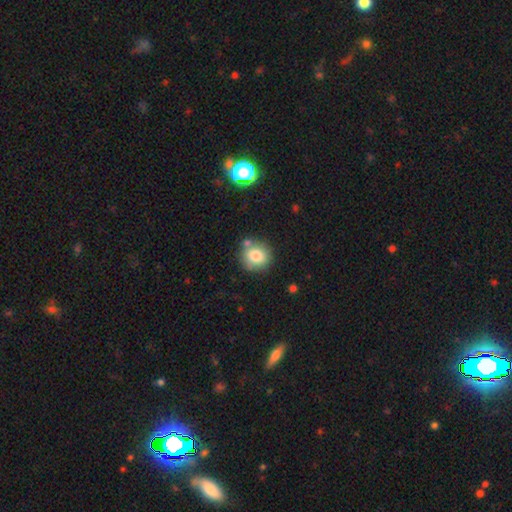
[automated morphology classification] Smooth or featured: smooth — 78% (featured or disk — 11%)
How rounded: round — 86% (in between — 13%)
Merging: none — 73% (minor disturbance — 13%)